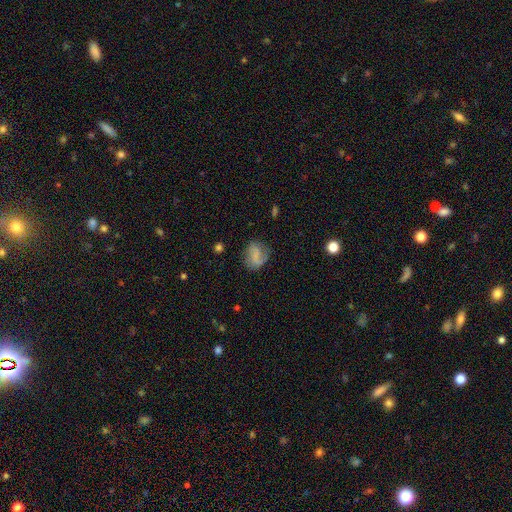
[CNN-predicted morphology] type=smooth (48%); merging=none (61%).